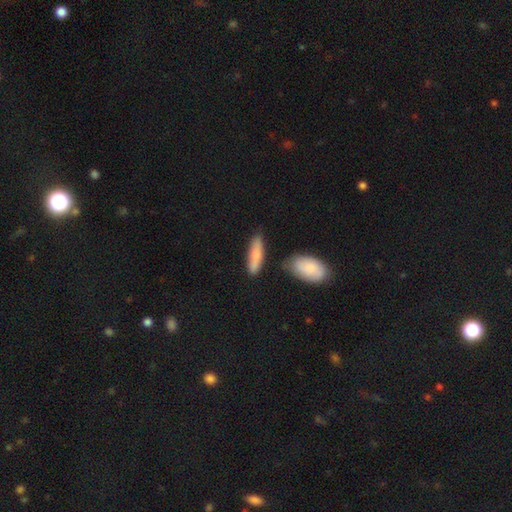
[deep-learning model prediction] Smooth or featured? Predicted: smooth (p=0.77). How rounded? Predicted: cigar-shaped (p=0.60). Merging? Predicted: none (p=0.71).